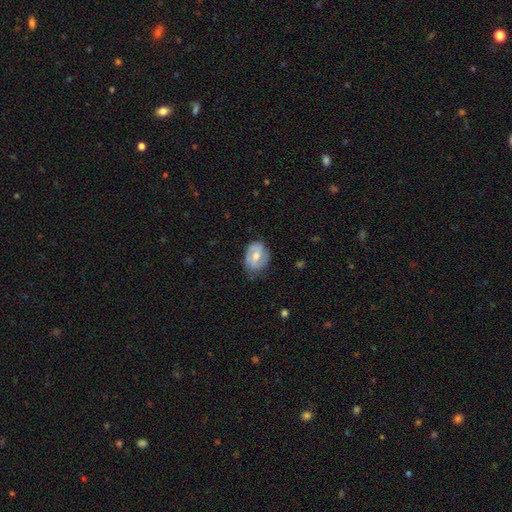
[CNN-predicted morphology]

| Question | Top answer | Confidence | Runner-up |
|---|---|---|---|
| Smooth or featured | featured or disk | 48% | smooth (46%) |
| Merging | none | 66% | minor disturbance (26%) |